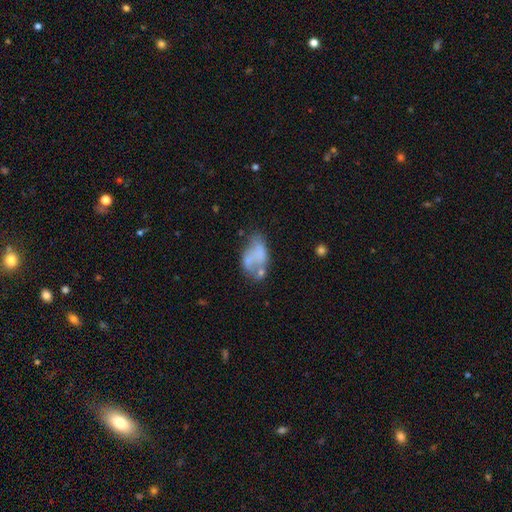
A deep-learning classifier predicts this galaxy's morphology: Smooth or featured? Predicted: smooth (p=0.46). Merging? Predicted: none (p=0.30).